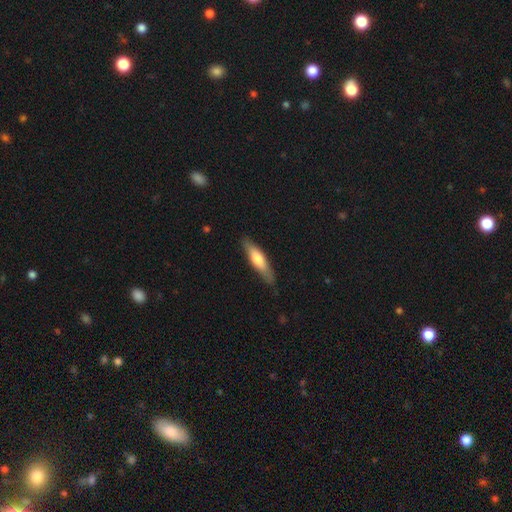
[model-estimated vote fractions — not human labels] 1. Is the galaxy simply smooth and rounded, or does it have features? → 60% smooth, 34% featured or disk, 5% star or artifact.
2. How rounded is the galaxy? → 77% cigar-shaped, 22% in between, 2% round.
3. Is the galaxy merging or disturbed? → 83% none, 14% minor disturbance, 2% major disturbance, 1% merger.